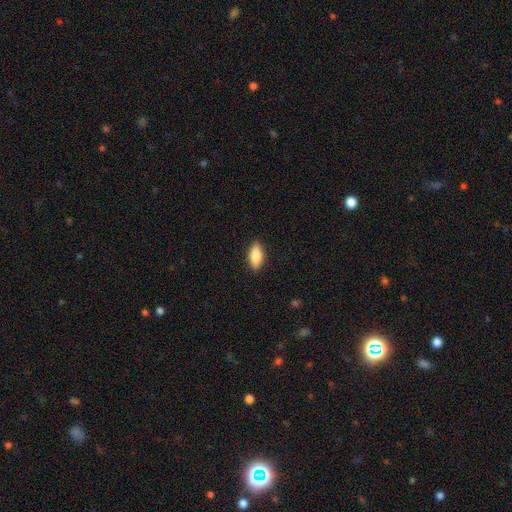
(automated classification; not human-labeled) smooth-or-featured: smooth: 81% | featured or disk: 13% | star or artifact: 6%
  how-rounded: in between: 82% | cigar-shaped: 15% | round: 3%
  merging: none: 88% | minor disturbance: 9% | major disturbance: 2% | merger: 1%